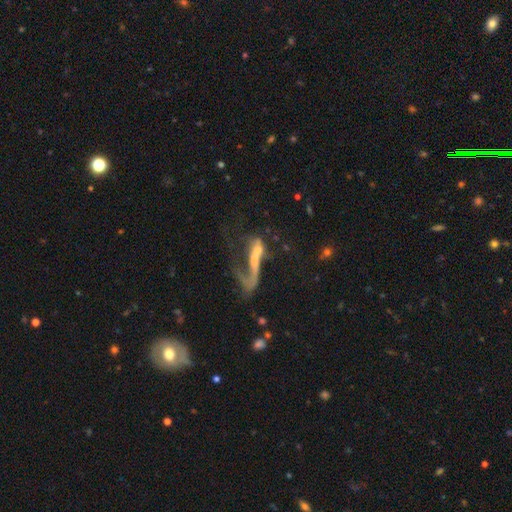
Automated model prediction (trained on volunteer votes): Morphology: type=featured or disk (59%); edge-on=no (78%); merging=major disturbance (56%).